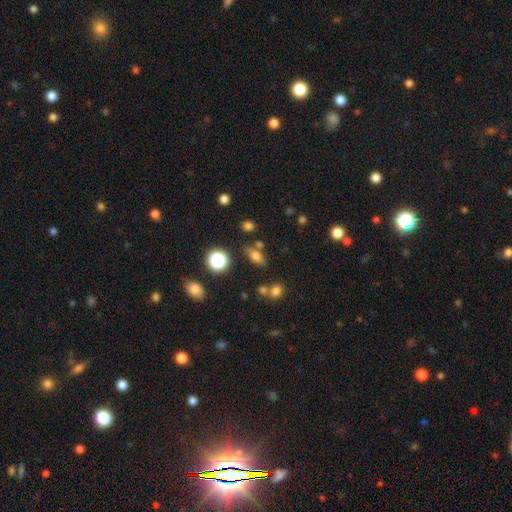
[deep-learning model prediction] Q: Smooth or featured?
A: smooth (72%); runner-up: star or artifact (16%)
Q: How rounded?
A: in between (75%); runner-up: round (13%)
Q: Merging?
A: none (69%); runner-up: minor disturbance (14%)